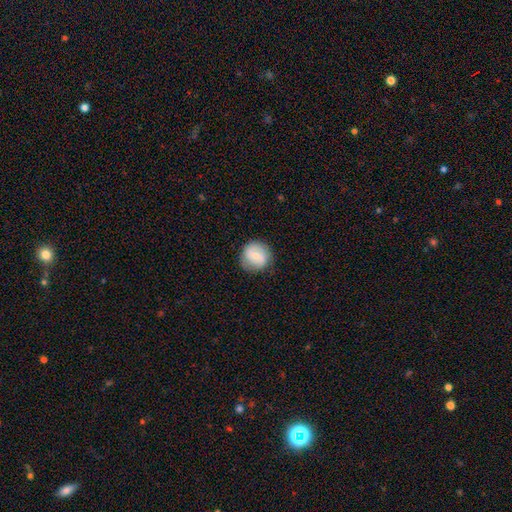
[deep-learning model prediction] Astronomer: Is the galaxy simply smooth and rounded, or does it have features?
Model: smooth — 60%.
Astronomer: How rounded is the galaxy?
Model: round — 89%.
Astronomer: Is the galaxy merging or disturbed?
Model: none — 81%.